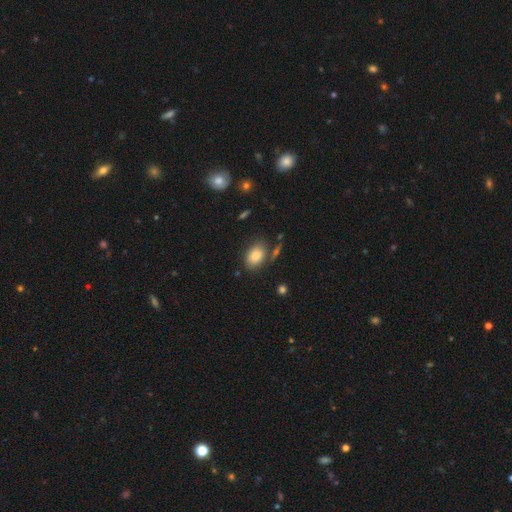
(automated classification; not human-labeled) A smooth galaxy with no disk features (85%) that is in between round and cigar-shaped (83%). Merging: none (74%).